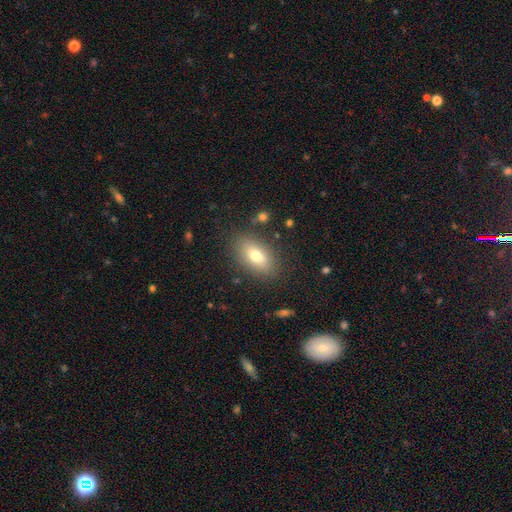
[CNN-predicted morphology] type=smooth (73%); roundness=in between (87%); merging=none (83%).